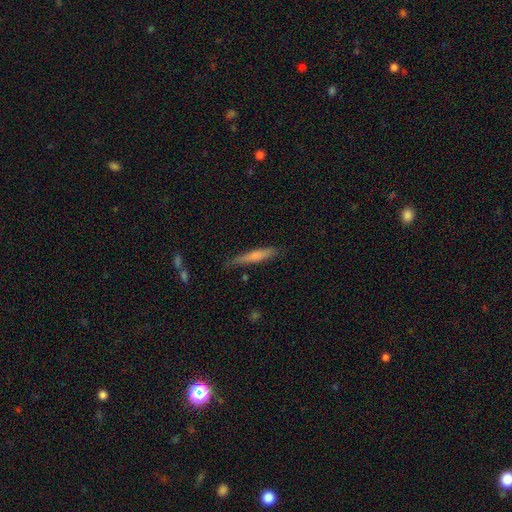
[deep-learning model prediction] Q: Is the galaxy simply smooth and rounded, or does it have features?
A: smooth — 66%.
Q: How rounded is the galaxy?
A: cigar-shaped — 92%.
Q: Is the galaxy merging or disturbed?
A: none — 79%.